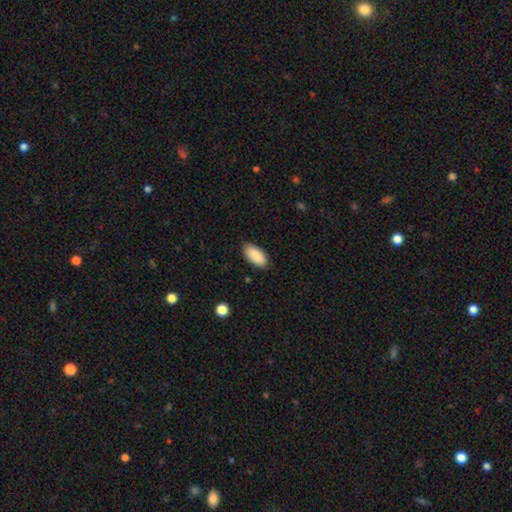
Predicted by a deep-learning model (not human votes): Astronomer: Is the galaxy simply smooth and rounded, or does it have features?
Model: smooth — 89%.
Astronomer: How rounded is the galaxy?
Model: in between — 92%.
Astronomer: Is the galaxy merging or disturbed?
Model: none — 87%.